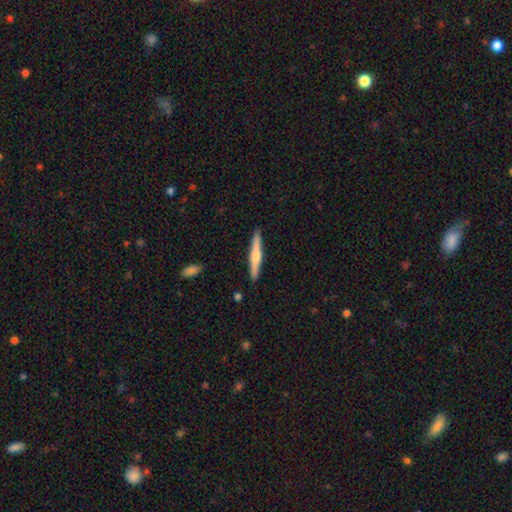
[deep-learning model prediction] Q: Smooth or featured?
A: featured or disk (51%); runner-up: smooth (43%)
Q: Edge-on disk?
A: yes (97%); runner-up: no (3%)
Q: Merging?
A: none (91%); runner-up: minor disturbance (7%)